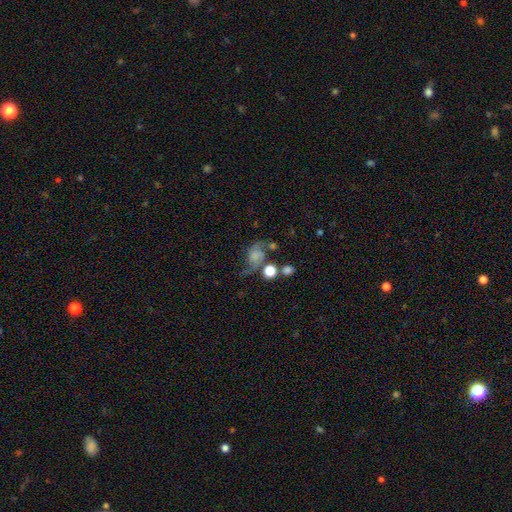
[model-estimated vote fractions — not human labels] A featured or disk galaxy (56%) with no bar (71%), spiral arms (86%) and no central bulge (48%).

Vote fractions:
- Smooth or featured? featured or disk: 56% / smooth: 31% / star or artifact: 13%
- Edge-on disk? no: 97% / yes: 3%
- Bar? no: 71% / weak: 23% / strong: 6%
- Spiral arms? yes: 86% / no: 14%
- Bulge size? none: 48% / small: 20% / moderate: 15% / large: 11% / dominant: 5%
- Merging? none: 43% / minor disturbance: 22% / major disturbance: 22% / merger: 13%